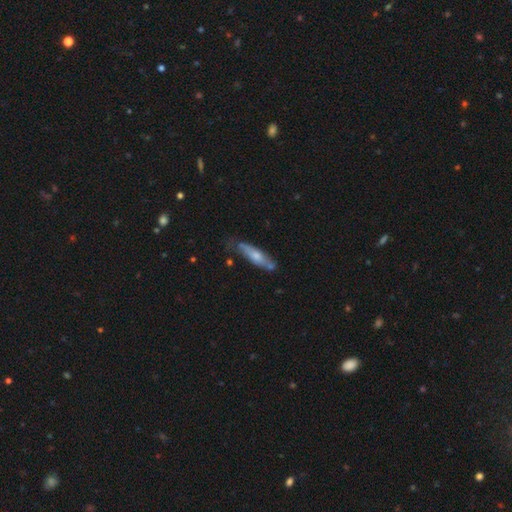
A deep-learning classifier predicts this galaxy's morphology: type=smooth (53%); roundness=cigar-shaped (70%); merging=none (62%).